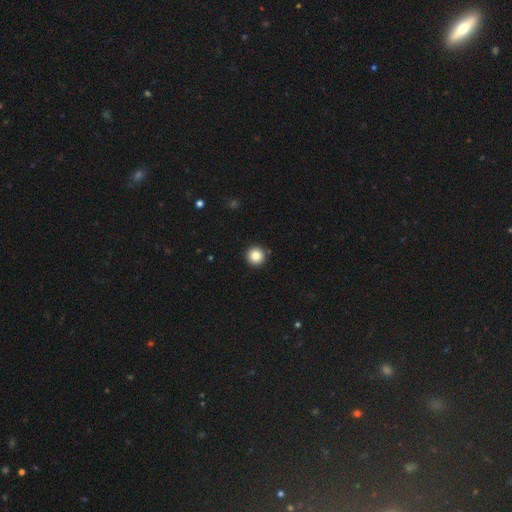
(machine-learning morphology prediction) Smooth or featured? Predicted: smooth (p=0.84). How rounded? Predicted: round (p=0.96). Merging? Predicted: none (p=0.92).